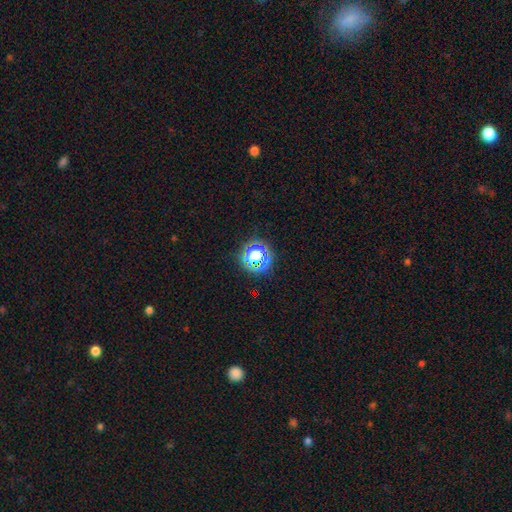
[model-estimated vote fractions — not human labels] star or artifact 47%, smooth 42%, featured or disk 11%.